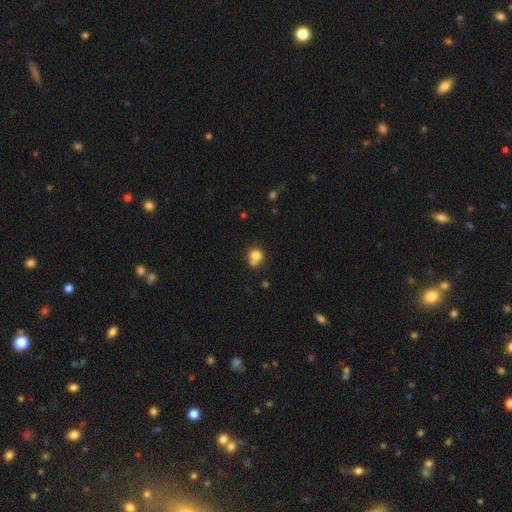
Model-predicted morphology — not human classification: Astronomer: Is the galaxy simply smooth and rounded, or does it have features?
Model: smooth — 79%.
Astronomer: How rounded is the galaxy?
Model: round — 82%.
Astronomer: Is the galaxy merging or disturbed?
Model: none — 51% (runner-up: merger, 28%).